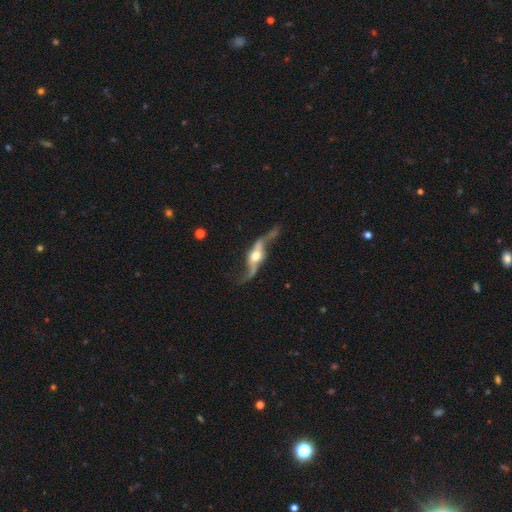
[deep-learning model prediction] A featured or disk galaxy (87%) with no bar (51%), spiral arms (89%) and a moderate central bulge (63%).

Vote fractions:
- Smooth or featured? featured or disk: 87% / smooth: 9% / star or artifact: 5%
- Edge-on disk? no: 63% / yes: 37%
- Bar? no: 51% / weak: 27% / strong: 22%
- Spiral arms? yes: 89% / no: 11%
- Bulge size? moderate: 63% / large: 20% / small: 12% / dominant: 3% / none: 2%
- Merging? none: 56% / minor disturbance: 21% / major disturbance: 18% / merger: 5%